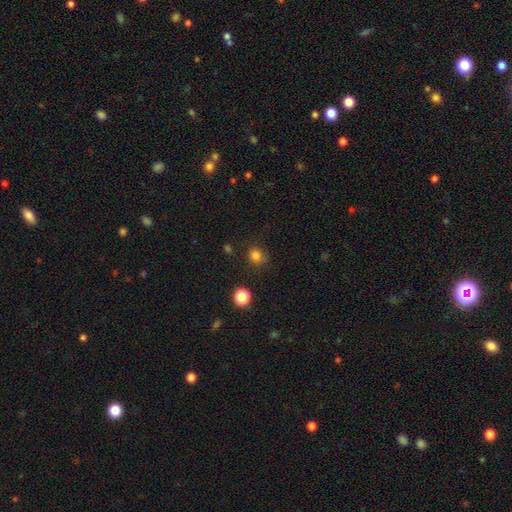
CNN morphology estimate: type=smooth (80%); roundness=round (82%); merging=none (77%).